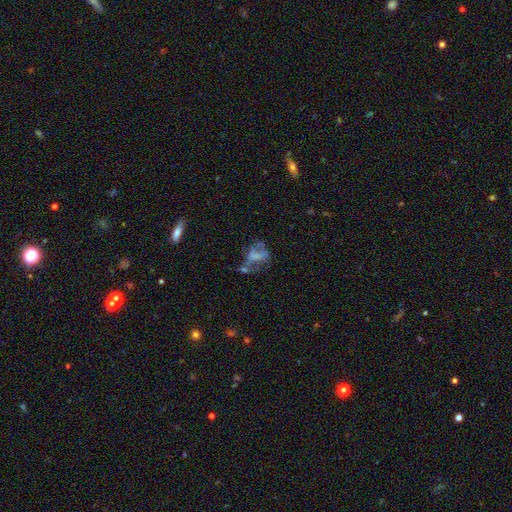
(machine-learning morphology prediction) type=featured or disk (45%); merging=major disturbance (37%).